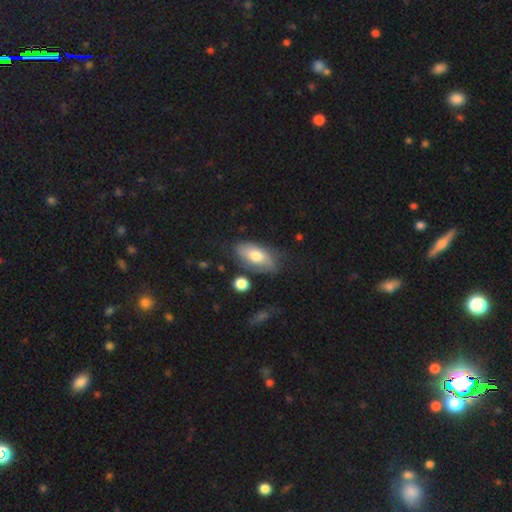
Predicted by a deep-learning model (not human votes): Smooth or featured? Predicted: smooth (p=0.65). How rounded? Predicted: in between (p=0.91). Merging? Predicted: none (p=0.66).